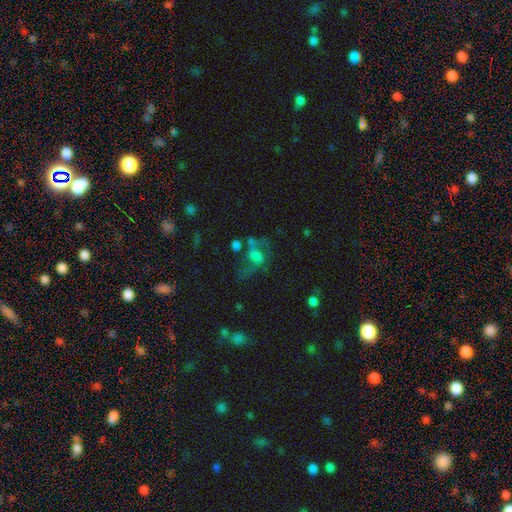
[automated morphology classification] Q: Smooth or featured?
A: featured or disk (49%); runner-up: star or artifact (26%)
Q: Merging?
A: none (43%); runner-up: major disturbance (29%)